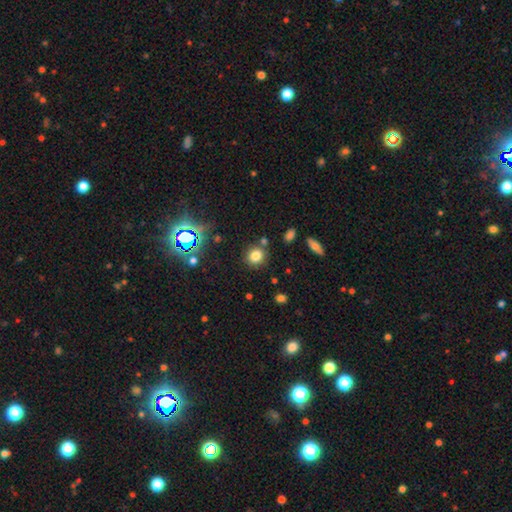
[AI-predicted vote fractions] Smooth or featured? Predicted: smooth (p=0.77). How rounded? Predicted: round (p=0.81). Merging? Predicted: none (p=0.79).